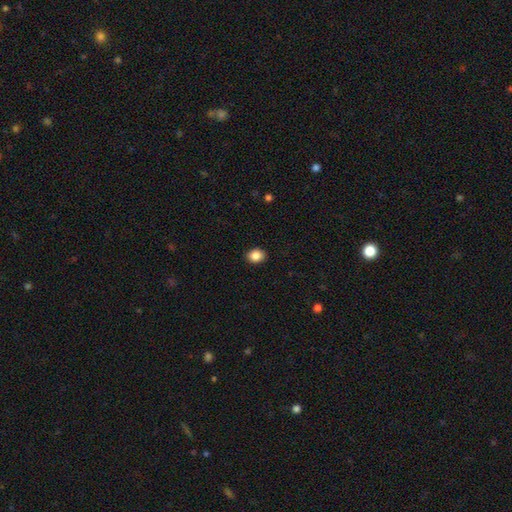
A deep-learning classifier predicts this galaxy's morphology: The model was most divided on "how rounded": in between: 55%, round: 44%, cigar-shaped: 1%. More confident: merging — none (91%); smooth or featured — smooth (87%).